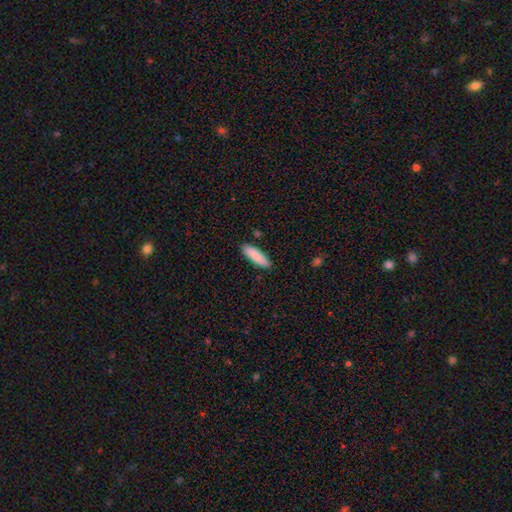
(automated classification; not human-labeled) A smooth galaxy with no disk features (88%) that is cigar-shaped (56%).

Vote fractions:
- Smooth or featured? smooth: 88% / featured or disk: 6% / star or artifact: 6%
- How rounded? cigar-shaped: 56% / in between: 43% / round: 1%
- Merging? none: 87% / minor disturbance: 9% / major disturbance: 2% / merger: 2%